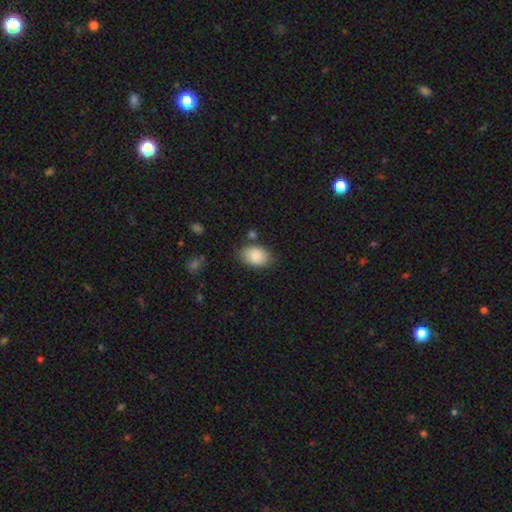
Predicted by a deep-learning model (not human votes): Overall: smooth (86%). How rounded: in between (85%). Merging: none (78%).